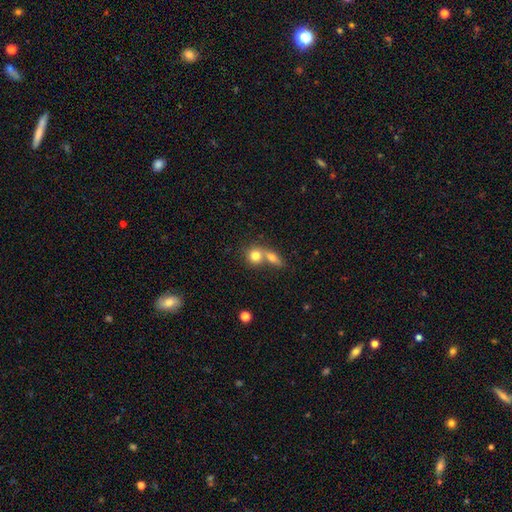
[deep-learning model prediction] smooth_or_featured: smooth (p=0.78) [alt: featured or disk p=0.13]
how_rounded: round (p=0.75) [alt: in between p=0.23]
merging: merger (p=0.56) [alt: none p=0.34]